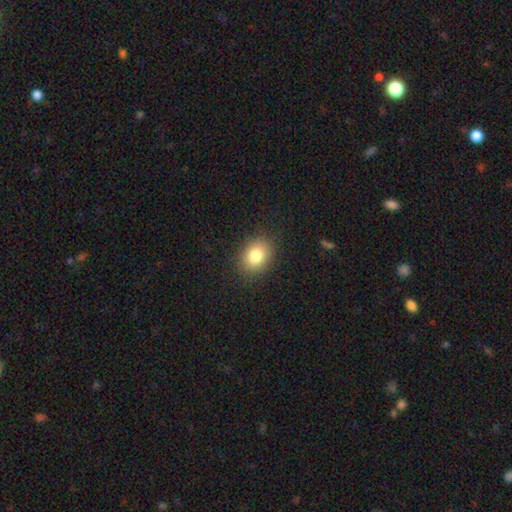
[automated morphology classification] type=smooth (82%); roundness=in between (51%); merging=none (87%).